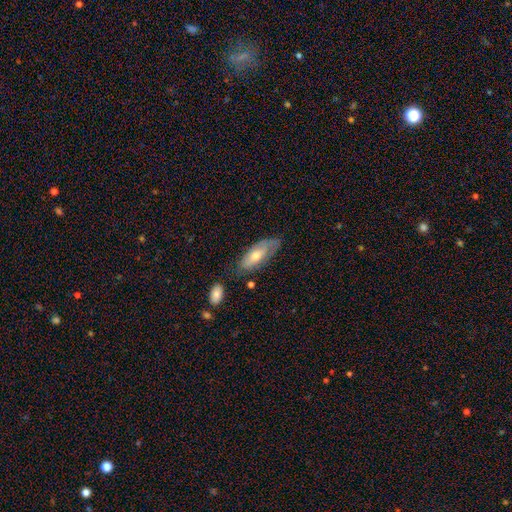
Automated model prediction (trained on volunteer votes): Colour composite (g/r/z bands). It shows a smooth galaxy with no disk features (55%) that is in between round and cigar-shaped (75%). Merging: none (60%).